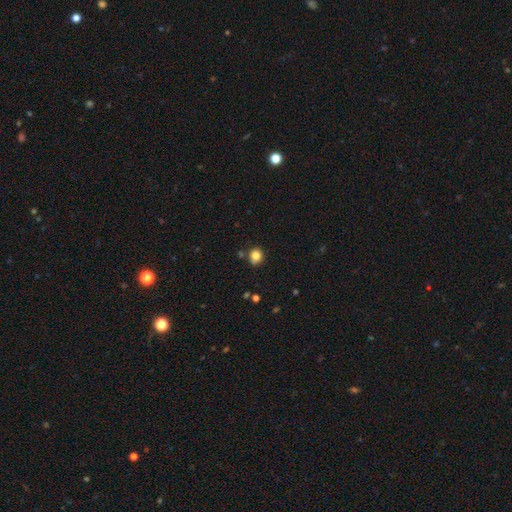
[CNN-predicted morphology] The model was most divided on "how rounded": round: 78%, in between: 21%, cigar-shaped: 1%. More confident: smooth or featured — smooth (82%); merging — none (75%).